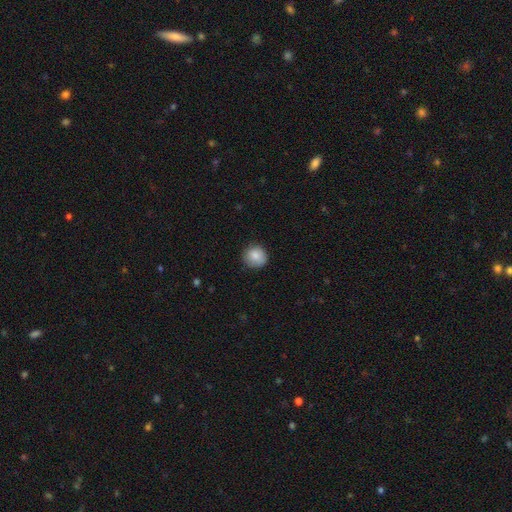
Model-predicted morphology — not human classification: Q: Smooth or featured?
A: smooth (86%); runner-up: star or artifact (8%)
Q: How rounded?
A: round (92%); runner-up: in between (7%)
Q: Merging?
A: none (84%); runner-up: minor disturbance (12%)